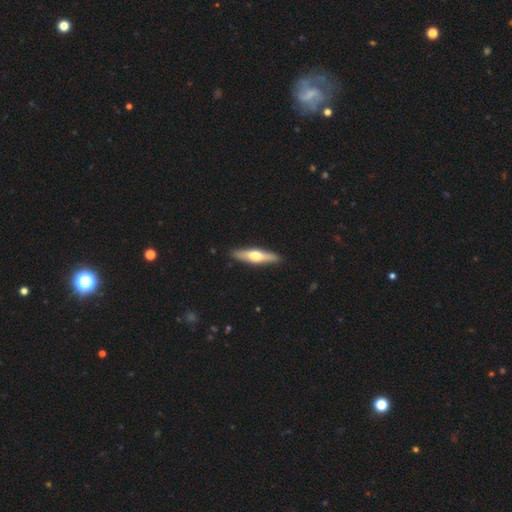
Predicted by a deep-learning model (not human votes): Overall: featured or disk (55%; smooth 41%). Edge-on disk: yes (93%). Edge-on bulge: rounded (93%). Merging: none (91%).